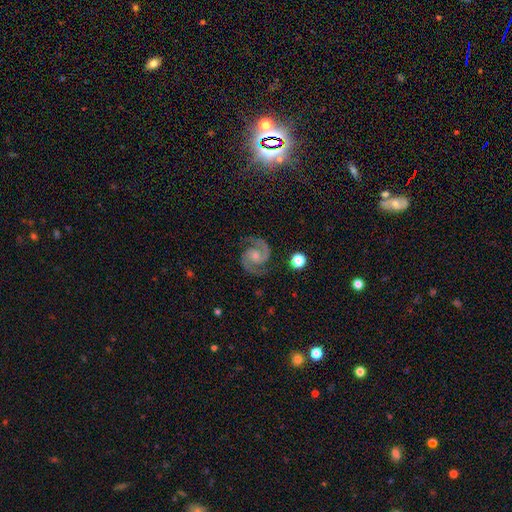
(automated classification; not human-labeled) smooth-or-featured: featured or disk: 92% | star or artifact: 4% | smooth: 3%
  disk-edge-on: no: 98% | yes: 2%
    bar: no: 59% | weak: 34% | strong: 7%
    has-spiral-arms: yes: 99% | no: 1%
      spiral-winding: medium: 60% | tight: 30% | loose: 9%
      spiral-arm-count: 2: 95% | can't tell: 1% | 3: 1% | 1: 1% | 4: 1% | more than 4: 1%
    bulge-size: moderate: 46% | small: 37% | none: 11% | large: 4% | dominant: 1%
  merging: none: 84% | minor disturbance: 11% | major disturbance: 4% | merger: 1%